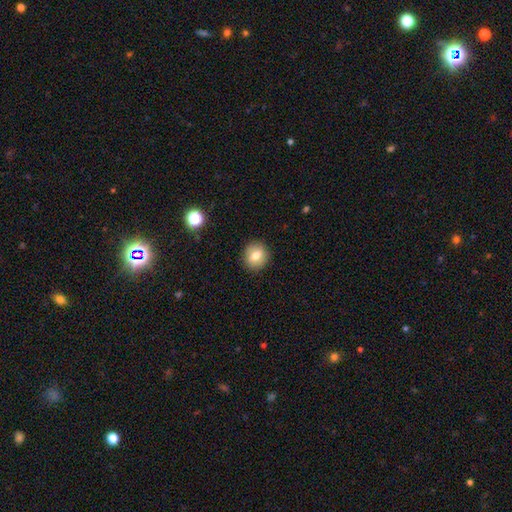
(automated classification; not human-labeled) The model was most divided on "smooth or featured": smooth: 75%, featured or disk: 15%, star or artifact: 10%. More confident: merging — none (90%); how rounded — round (83%).